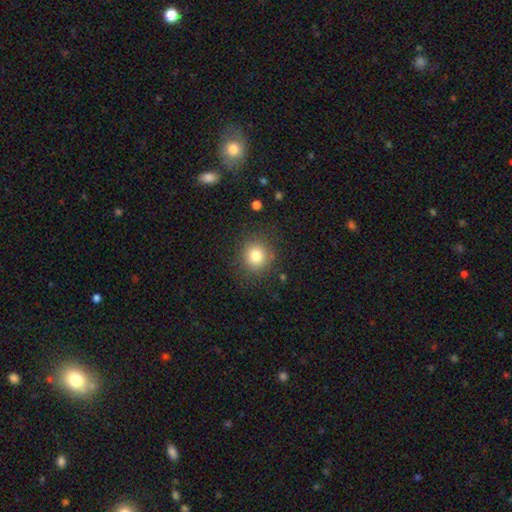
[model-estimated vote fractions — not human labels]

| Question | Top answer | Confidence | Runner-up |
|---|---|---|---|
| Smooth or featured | smooth | 80% | star or artifact (12%) |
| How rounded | round | 86% | in between (13%) |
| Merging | none | 85% | minor disturbance (10%) |